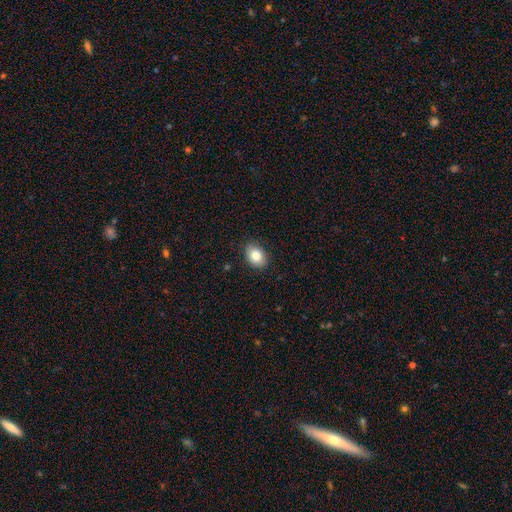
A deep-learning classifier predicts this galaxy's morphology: The model was most divided on "how rounded": in between: 72%, round: 27%, cigar-shaped: 1%. More confident: merging — none (87%); smooth or featured — smooth (83%).